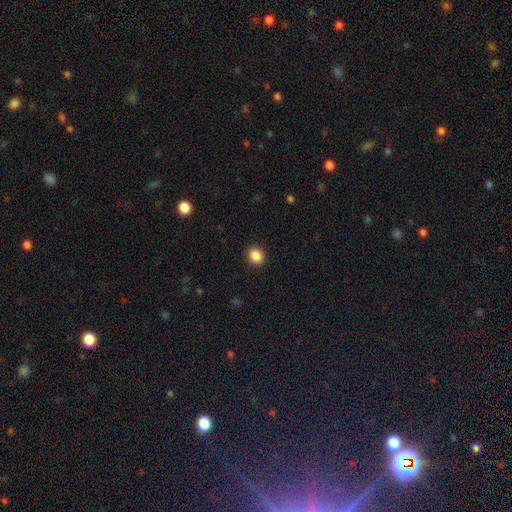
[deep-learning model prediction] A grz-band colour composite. It shows a smooth galaxy with no disk features (87%) that is round (74%). Merging: none (91%).